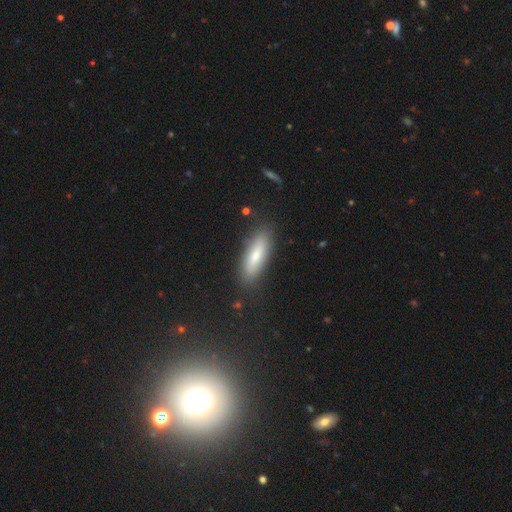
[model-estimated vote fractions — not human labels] smooth 72%, featured or disk 21%, star or artifact 7%. Down the decision tree: how rounded — in between (50%); merging — none (84%).